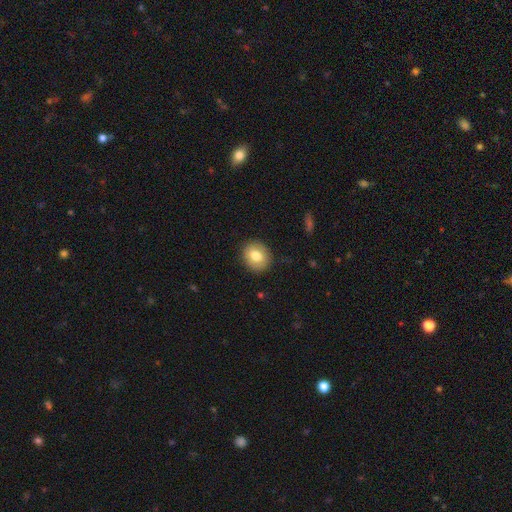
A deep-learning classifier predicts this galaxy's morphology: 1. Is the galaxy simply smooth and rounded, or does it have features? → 77% smooth, 14% featured or disk, 8% star or artifact.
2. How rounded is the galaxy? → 70% round, 29% in between, 1% cigar-shaped.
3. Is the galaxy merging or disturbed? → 89% none, 8% minor disturbance, 2% major disturbance, 1% merger.